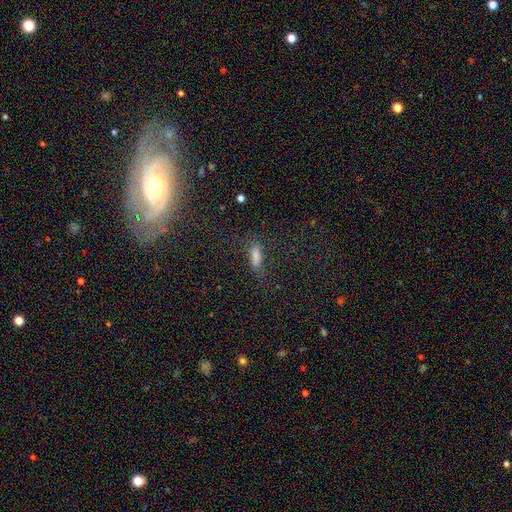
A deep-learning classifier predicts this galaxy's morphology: The model was most divided on "how rounded": cigar-shaped: 49%, in between: 44%, round: 7%. More confident: merging — none (65%); smooth or featured — smooth (60%).